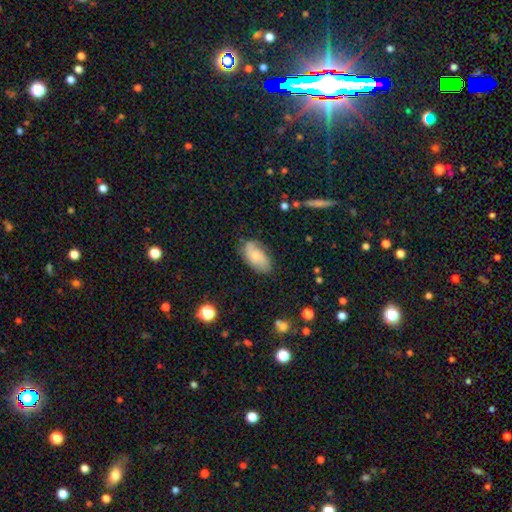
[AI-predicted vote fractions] A smooth galaxy with no disk features (54%) that is in between round and cigar-shaped (92%). Merging: none (67%).